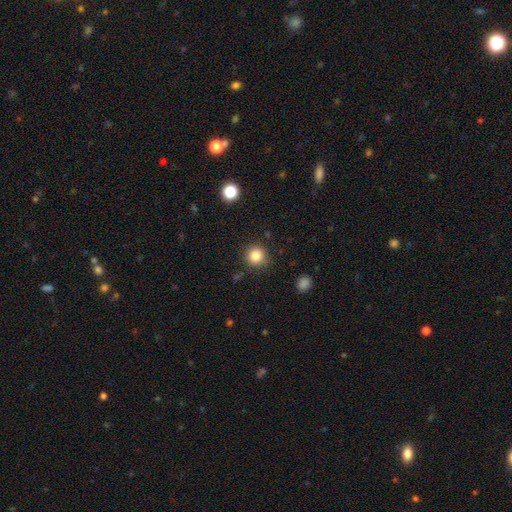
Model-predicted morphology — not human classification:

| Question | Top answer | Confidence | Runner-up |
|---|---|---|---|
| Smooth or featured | smooth | 84% | star or artifact (11%) |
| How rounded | round | 94% | in between (5%) |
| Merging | none | 88% | minor disturbance (8%) |